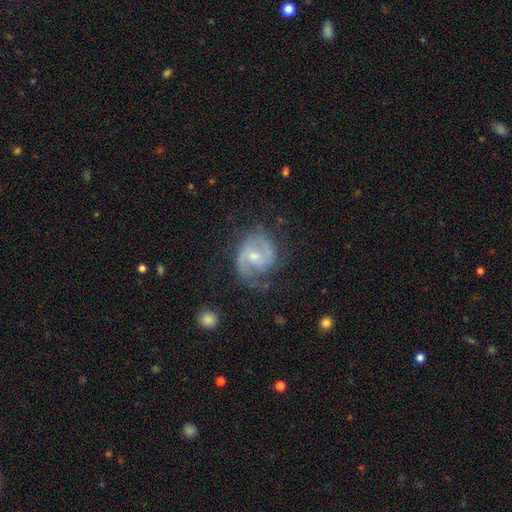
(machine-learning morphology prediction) smooth_or_featured: featured or disk (p=0.77) [alt: smooth p=0.17]
disk_edge_on: no (p=0.98) [alt: yes p=0.02]
bar: weak (p=0.50) [alt: no p=0.39]
has_spiral_arms: yes (p=0.91) [alt: no p=0.09]
spiral_winding: medium (p=0.49) [alt: tight p=0.29]
spiral_arm_count: 2 (p=0.72) [alt: can't tell p=0.13]
bulge_size: small (p=0.52) [alt: moderate p=0.43]
merging: none (p=0.59) [alt: minor disturbance p=0.24]